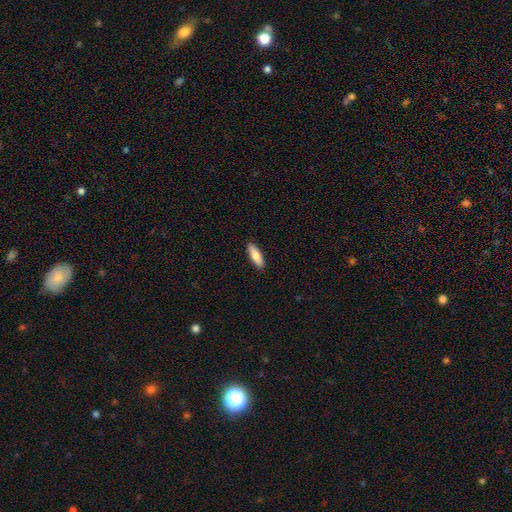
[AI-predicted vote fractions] Smooth or featured? smooth (80%)
How rounded? in between (50%)
Merging? none (90%)